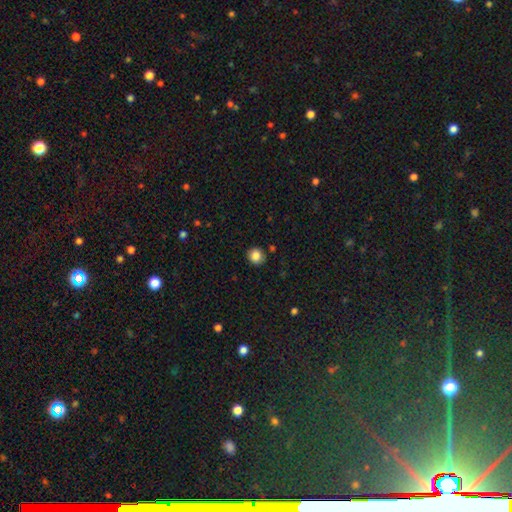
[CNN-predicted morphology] Smooth or featured? smooth (86%)
How rounded? round (84%)
Merging? none (87%)